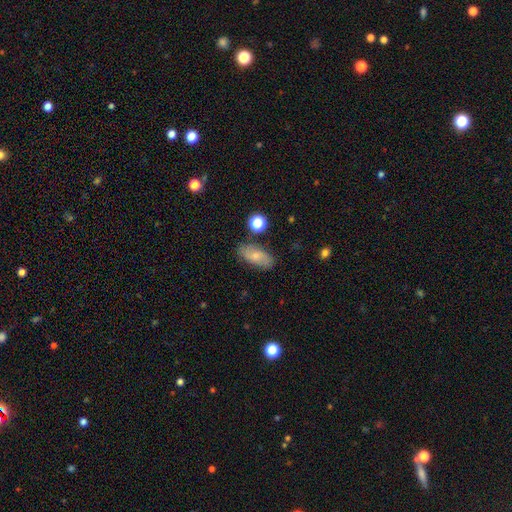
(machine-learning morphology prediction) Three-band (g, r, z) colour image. It shows a smooth galaxy with no disk features (65%) that is in between round and cigar-shaped (87%). Merging: none (79%).